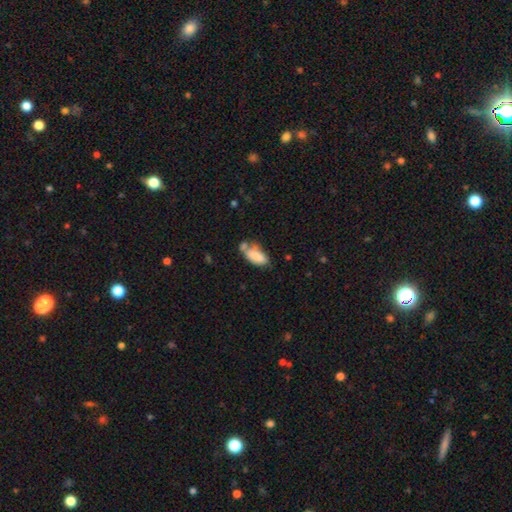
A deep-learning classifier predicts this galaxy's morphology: Smooth or featured?
  - smooth: 78% *
  - featured or disk: 13%
  - star or artifact: 8%
How rounded?
  - in between: 91% *
  - cigar-shaped: 6%
  - round: 3%
Merging?
  - none: 33% * (tied)
  - merger: 33% * (tied)
  - minor disturbance: 23%
  - major disturbance: 12%